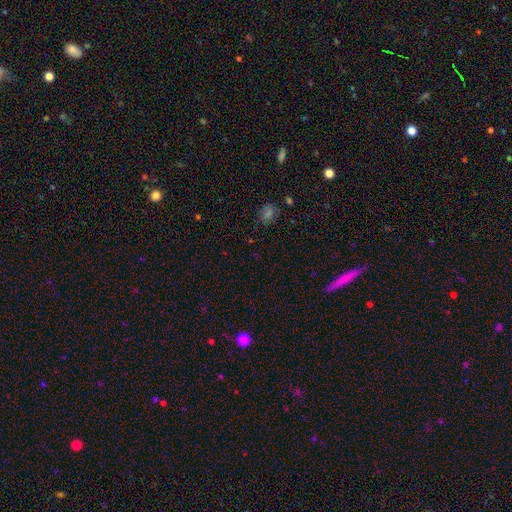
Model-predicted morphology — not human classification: star or artifact 55%, smooth 37%, featured or disk 9%.